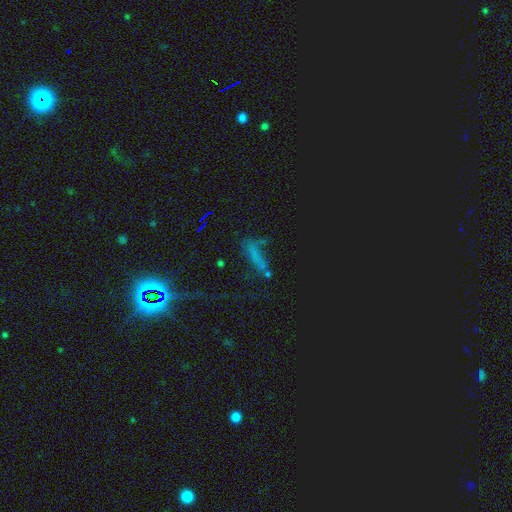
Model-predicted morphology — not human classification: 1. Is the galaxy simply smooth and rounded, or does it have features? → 41% star or artifact, 40% smooth, 20% featured or disk.